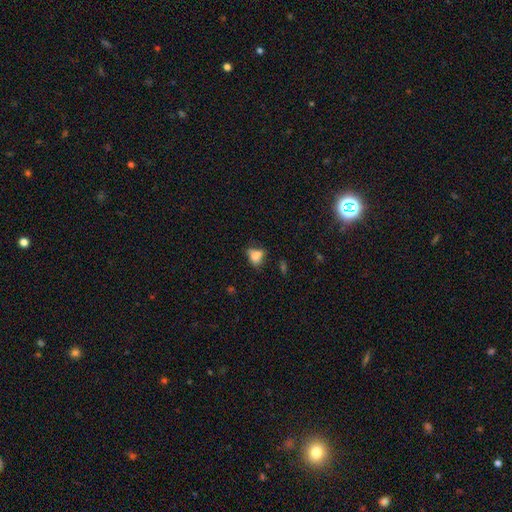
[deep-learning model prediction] The model was most divided on "merging": none: 39%, minor disturbance: 28%, merger: 19%, major disturbance: 15%. More confident: smooth or featured — smooth (73%); how rounded — in between (69%).